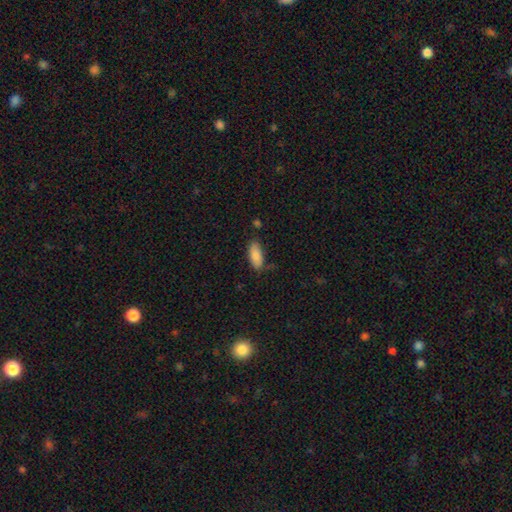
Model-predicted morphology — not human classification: Smooth or featured? smooth (87%)
How rounded? in between (83%)
Merging? none (72%)